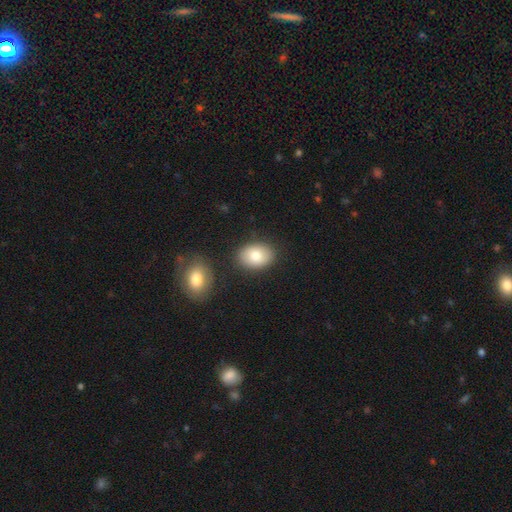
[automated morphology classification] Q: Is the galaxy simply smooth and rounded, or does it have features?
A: smooth — 81%.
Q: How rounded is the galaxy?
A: in between — 74%.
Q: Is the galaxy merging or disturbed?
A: none — 82%.